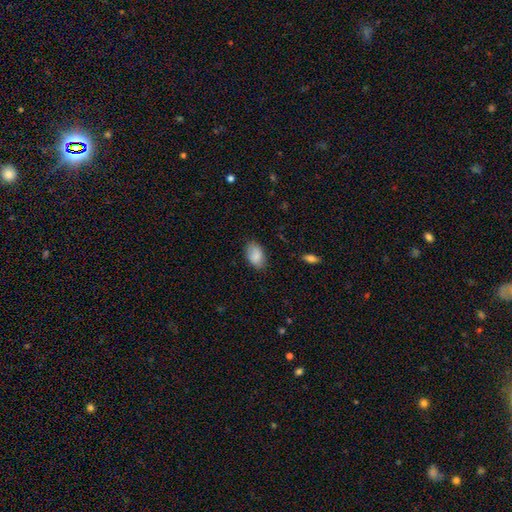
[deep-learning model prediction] A smooth galaxy with no disk features (86%) that is in between round and cigar-shaped (90%). Merging: none (78%).